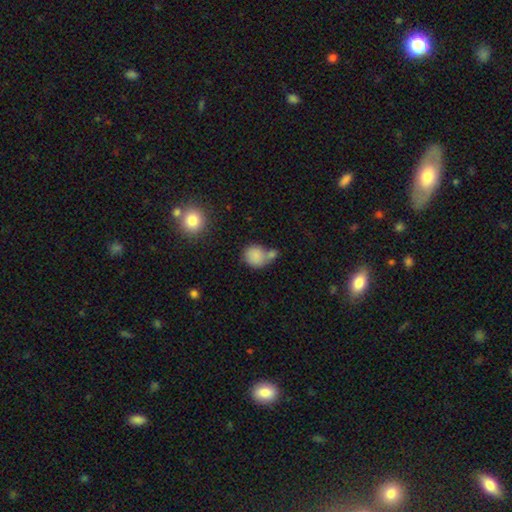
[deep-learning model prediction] Morphology: type=smooth (84%); roundness=round (79%); merging=merger (40%, tied with none).